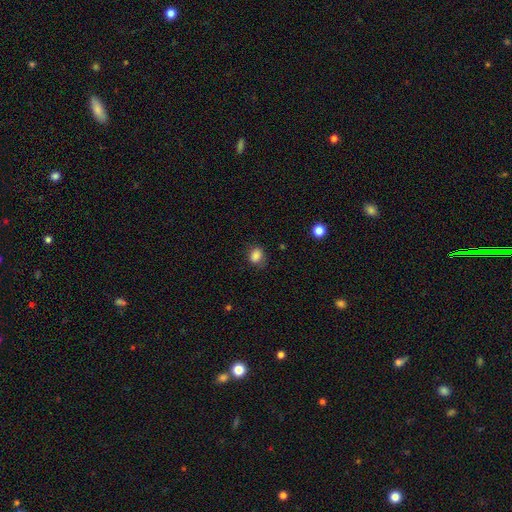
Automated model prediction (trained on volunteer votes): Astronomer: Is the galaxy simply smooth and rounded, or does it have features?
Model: smooth — 85%.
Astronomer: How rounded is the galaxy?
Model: in between — 56% (runner-up: round, 43%).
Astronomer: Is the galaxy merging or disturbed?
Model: none — 72%.